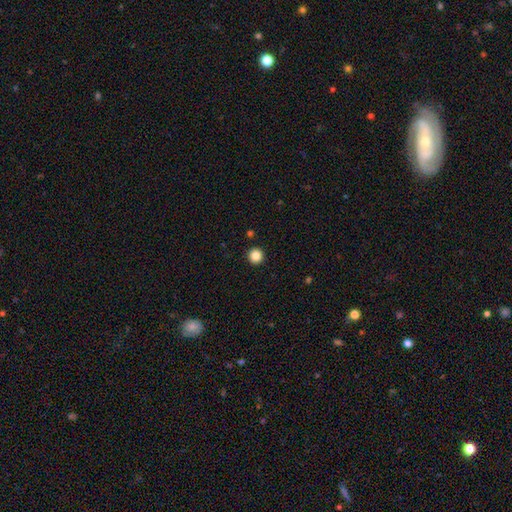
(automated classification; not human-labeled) This is clearly a smooth galaxy (86%). How rounded: clearly round (96%). Merging: clearly none (93%).